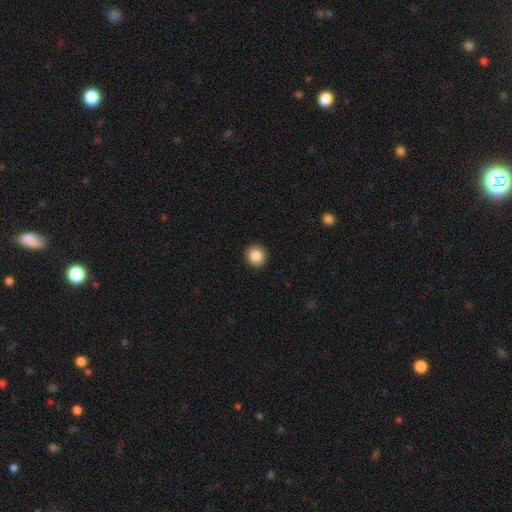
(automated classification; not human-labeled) Q: Smooth or featured?
A: smooth (87%); runner-up: star or artifact (9%)
Q: How rounded?
A: round (91%); runner-up: in between (8%)
Q: Merging?
A: none (93%); runner-up: minor disturbance (4%)